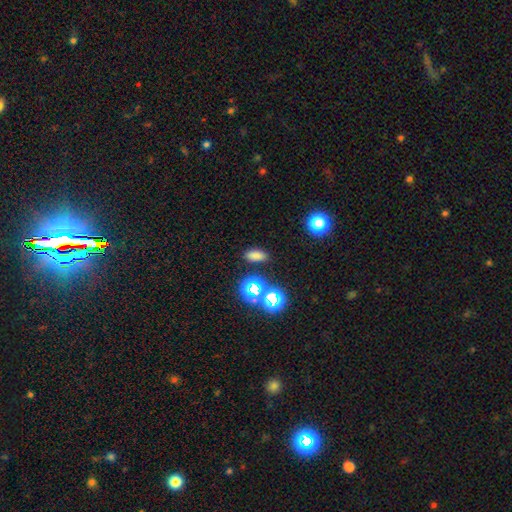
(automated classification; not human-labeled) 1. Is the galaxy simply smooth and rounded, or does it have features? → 73% smooth, 22% star or artifact, 5% featured or disk.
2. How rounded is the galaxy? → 85% in between, 8% round, 7% cigar-shaped.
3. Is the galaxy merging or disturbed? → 86% none, 8% minor disturbance, 3% merger, 3% major disturbance.